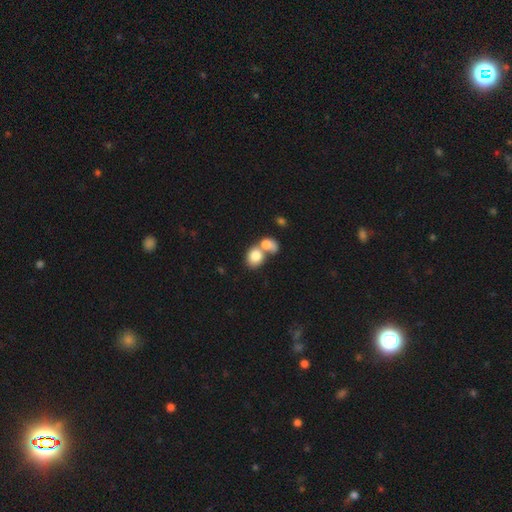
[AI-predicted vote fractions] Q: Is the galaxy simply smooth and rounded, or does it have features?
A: smooth — 79%.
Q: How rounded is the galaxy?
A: round — 50%.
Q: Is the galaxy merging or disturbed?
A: merger — 64%.